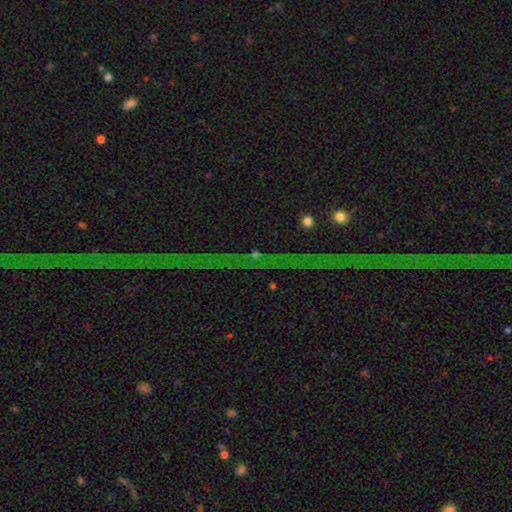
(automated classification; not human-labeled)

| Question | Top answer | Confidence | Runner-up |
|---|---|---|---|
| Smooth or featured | star or artifact | 67% | featured or disk (19%) |